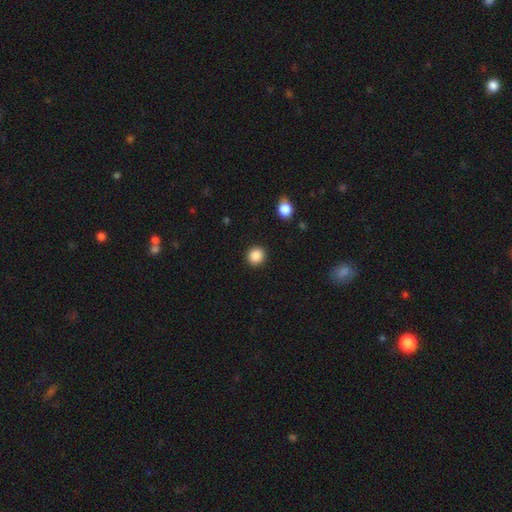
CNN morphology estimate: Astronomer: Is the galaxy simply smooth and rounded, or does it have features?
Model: smooth — 88%.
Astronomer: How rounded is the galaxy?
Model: round — 89%.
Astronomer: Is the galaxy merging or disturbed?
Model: none — 91%.